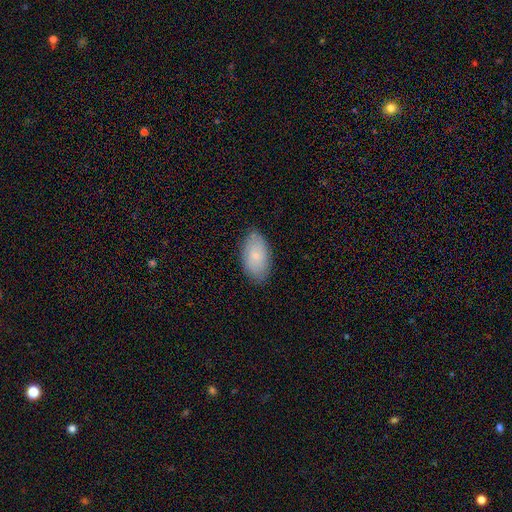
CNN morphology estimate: Smooth or featured: smooth — 77% (featured or disk — 16%)
How rounded: in between — 95% (round — 3%)
Merging: none — 82% (minor disturbance — 14%)